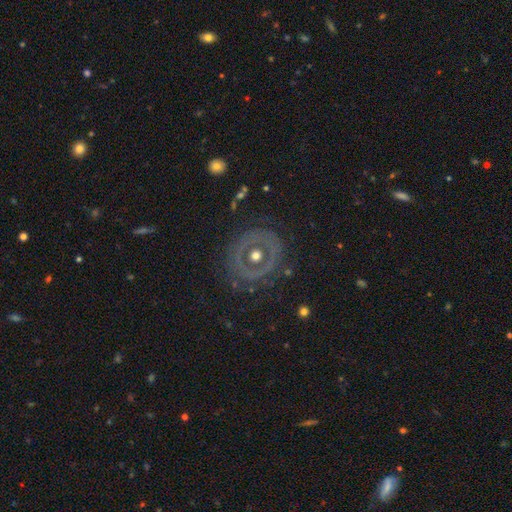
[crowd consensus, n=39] Smooth or featured? featured or disk (54%)
Edge-on disk? no (95%)
Bar? no (100%)
Spiral arms? no (85%)
Bulge size? moderate (65%)
Merging? none (72%)